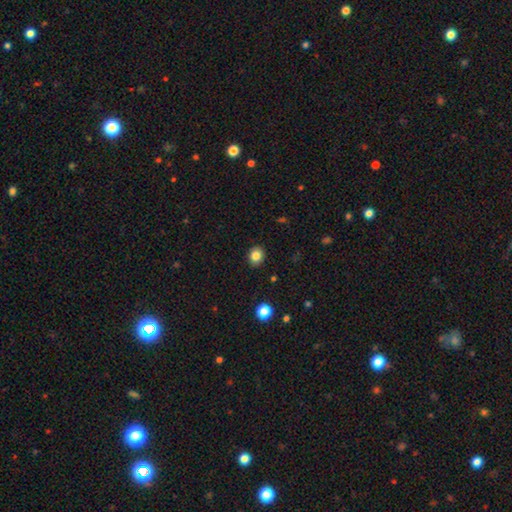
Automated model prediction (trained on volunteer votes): Smooth or featured? smooth (83%)
How rounded? round (69%)
Merging? none (90%)